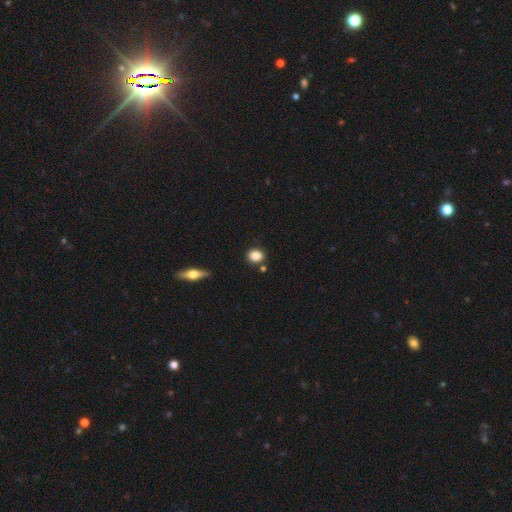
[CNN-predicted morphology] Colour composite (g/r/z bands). It shows a smooth galaxy with no disk features (86%) that is round (61%). Merging: none (82%).